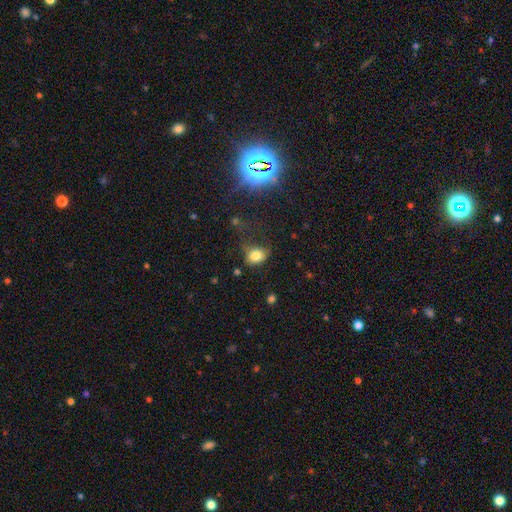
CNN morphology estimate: smooth 79%, star or artifact 13%, featured or disk 9%. Down the decision tree: how rounded — in between (56%); merging — none (52%).